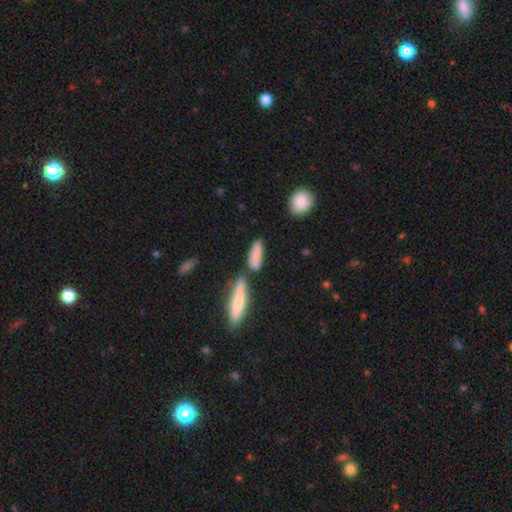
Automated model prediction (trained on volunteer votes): Overall: smooth (77%). How rounded: in between (58%; cigar-shaped 39%). Merging: none (51%; merger 27%).